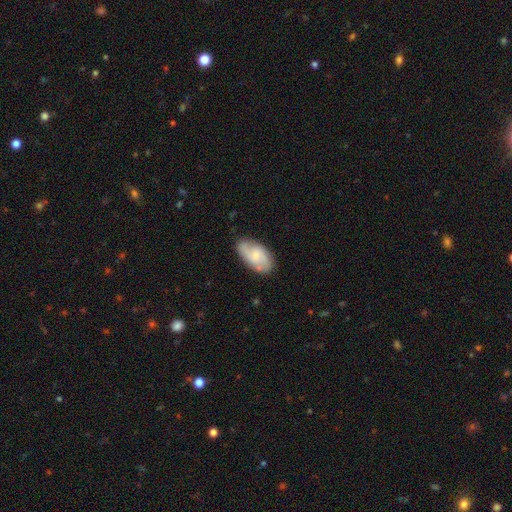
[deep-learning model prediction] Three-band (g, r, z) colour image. It shows a featured or disk galaxy (48%). Merging: none (73%).